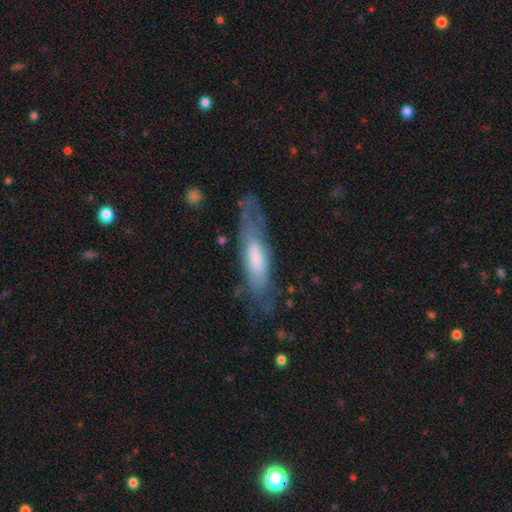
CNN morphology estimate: A featured or disk galaxy (47%).

Vote fractions:
- Smooth or featured? featured or disk: 47% / smooth: 46% / star or artifact: 7%
- Merging? none: 58% / minor disturbance: 25% / major disturbance: 16% / merger: 2%